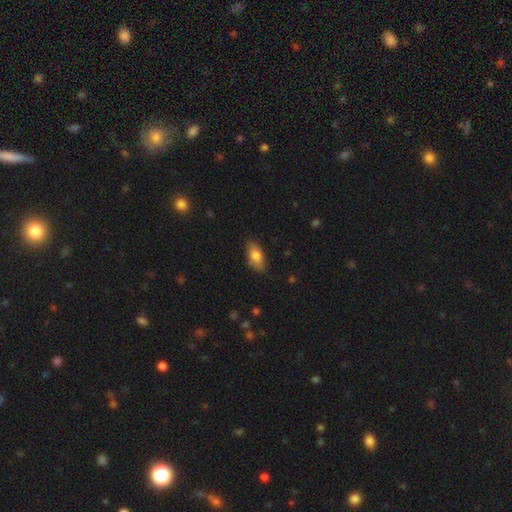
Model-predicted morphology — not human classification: Q: Smooth or featured?
A: smooth (77%); runner-up: featured or disk (16%)
Q: How rounded?
A: in between (86%); runner-up: cigar-shaped (10%)
Q: Merging?
A: none (81%); runner-up: minor disturbance (15%)